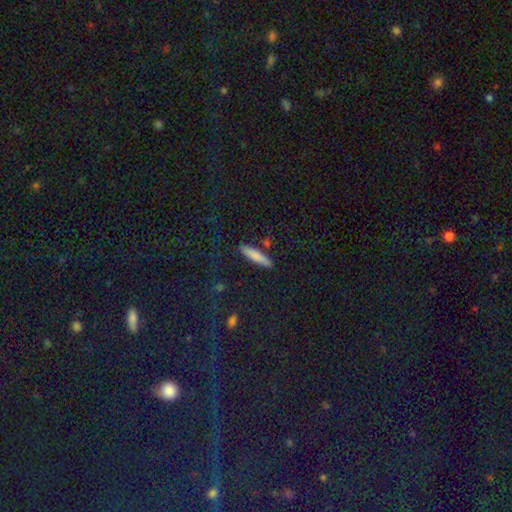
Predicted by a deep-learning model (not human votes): Smooth or featured? smooth (81%)
How rounded? cigar-shaped (84%)
Merging? none (86%)